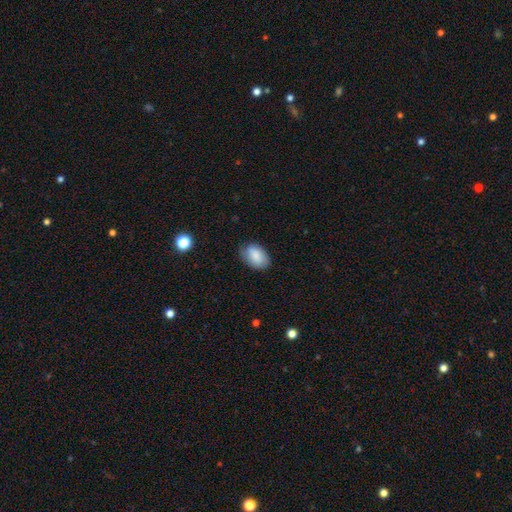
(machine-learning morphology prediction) Smooth or featured: smooth — 85% (featured or disk — 8%)
How rounded: in between — 89% (round — 10%)
Merging: none — 75% (minor disturbance — 19%)